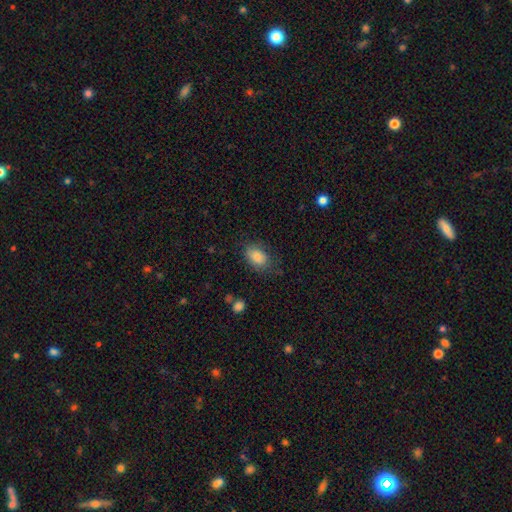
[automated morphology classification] A smooth galaxy with no disk features (83%) that is in between round and cigar-shaped (84%). Merging: none (75%).